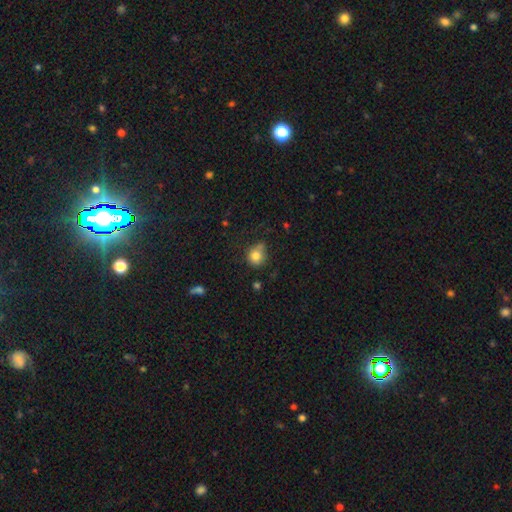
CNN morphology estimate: This is clearly a smooth galaxy (81%). How rounded: clearly round (86%). Merging: likely none (63%).